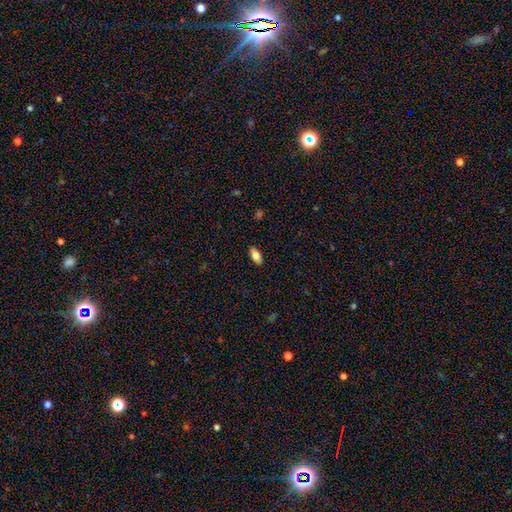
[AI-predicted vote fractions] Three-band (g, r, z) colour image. It shows a smooth galaxy with no disk features (78%) that is in between round and cigar-shaped (89%). Merging: none (88%).